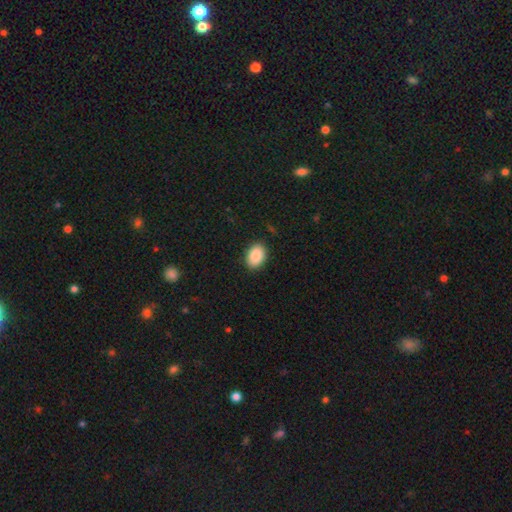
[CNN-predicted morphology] The model was most divided on "how rounded": in between: 80%, round: 19%, cigar-shaped: 1%. More confident: smooth or featured — smooth (89%); merging — none (89%).